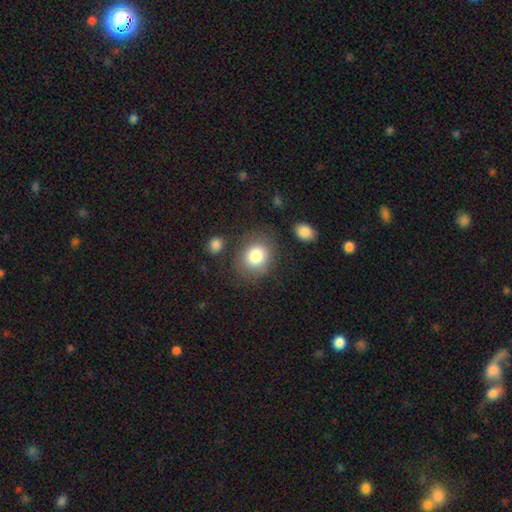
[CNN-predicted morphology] type=smooth (82%); roundness=round (67%); merging=none (76%).